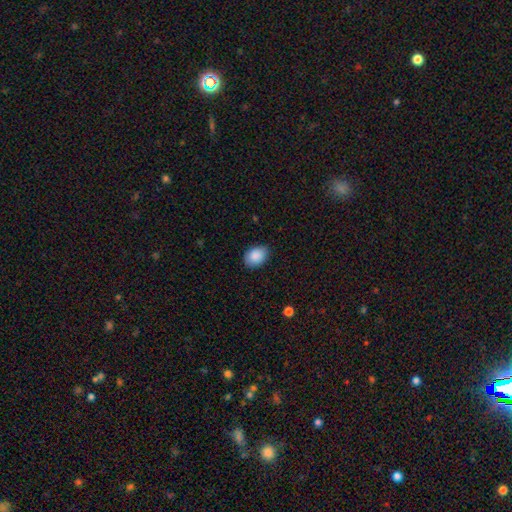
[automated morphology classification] Q: Smooth or featured?
A: smooth (89%); runner-up: star or artifact (7%)
Q: How rounded?
A: in between (77%); runner-up: round (22%)
Q: Merging?
A: none (83%); runner-up: minor disturbance (13%)